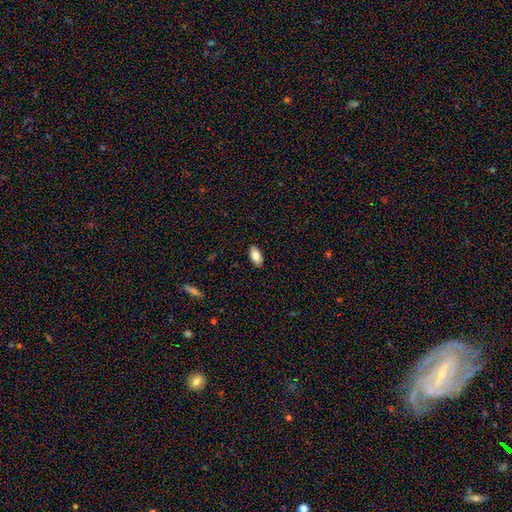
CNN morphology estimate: Smooth or featured? Predicted: smooth (p=0.82). How rounded? Predicted: in between (p=0.91). Merging? Predicted: none (p=0.89).